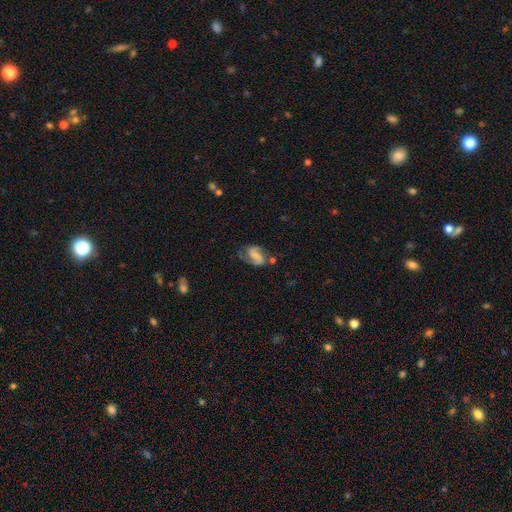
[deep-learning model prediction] Smooth or featured?
  - featured or disk: 77% *
  - smooth: 15%
  - star or artifact: 8%
Edge-on disk?
  - no: 98% *
  - yes: 2%
Bar?
  - weak: 41% *
  - no: 30%
  - strong: 29%
Spiral arms?
  - yes: 93% *
  - no: 7%
Spiral winding?
  - medium: 44% *
  - loose: 41%
  - tight: 15%
Spiral arm count?
  - 2: 87% *
  - 1: 6%
  - can't tell: 4%
  - 3: 1%
  - 4: 1%
  - more than 4: 1%
Bulge size?
  - none: 39% *
  - small: 37%
  - moderate: 18%
  - large: 4%
  - dominant: 2%
Merging?
  - none: 54% *
  - minor disturbance: 22%
  - major disturbance: 16%
  - merger: 8%